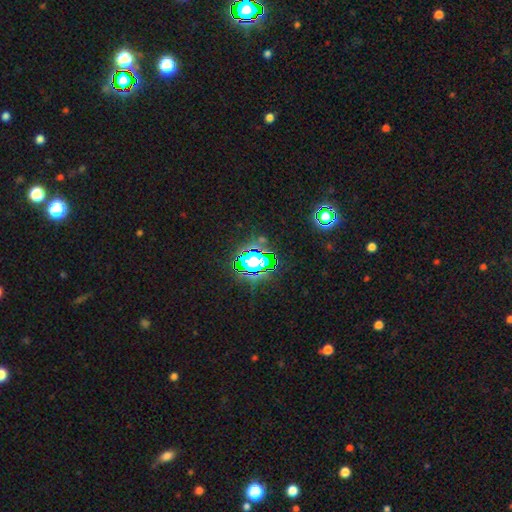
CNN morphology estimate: smooth_or_featured: star or artifact (p=0.79) [alt: smooth p=0.13]